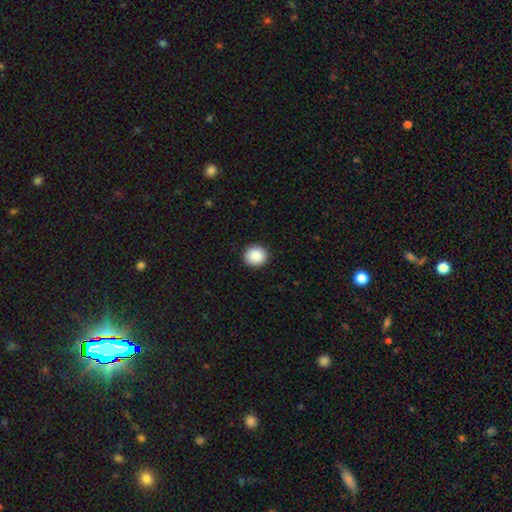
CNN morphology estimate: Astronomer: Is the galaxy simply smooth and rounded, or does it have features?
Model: smooth — 89%.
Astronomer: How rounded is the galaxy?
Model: round — 88%.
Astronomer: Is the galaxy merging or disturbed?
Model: none — 92%.